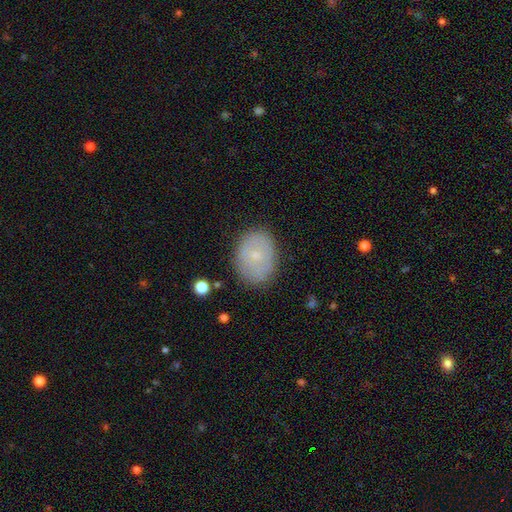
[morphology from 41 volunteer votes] Volunteers were most divided on "how rounded": in between: 60%, round: 40%, cigar-shaped: 0%. More confident: merging — none (86%); smooth or featured — smooth (73%).